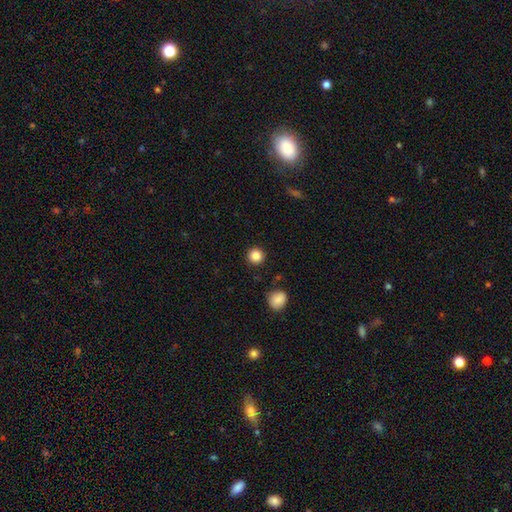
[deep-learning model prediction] The model was most divided on "smooth or featured": smooth: 85%, star or artifact: 11%, featured or disk: 4%. More confident: how rounded — round (95%); merging — none (91%).